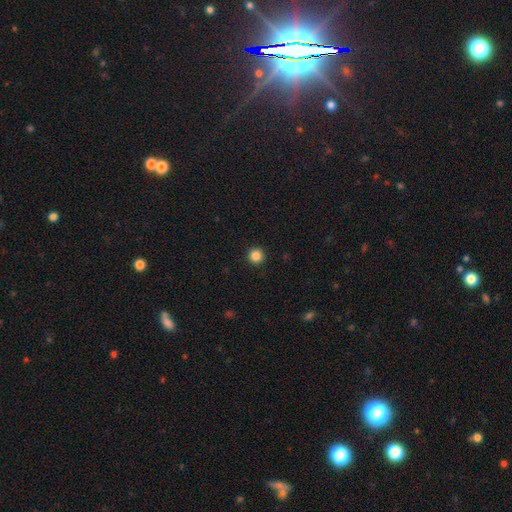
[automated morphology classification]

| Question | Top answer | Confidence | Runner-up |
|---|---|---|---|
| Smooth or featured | smooth | 85% | star or artifact (11%) |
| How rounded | round | 96% | in between (3%) |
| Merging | none | 93% | minor disturbance (4%) |